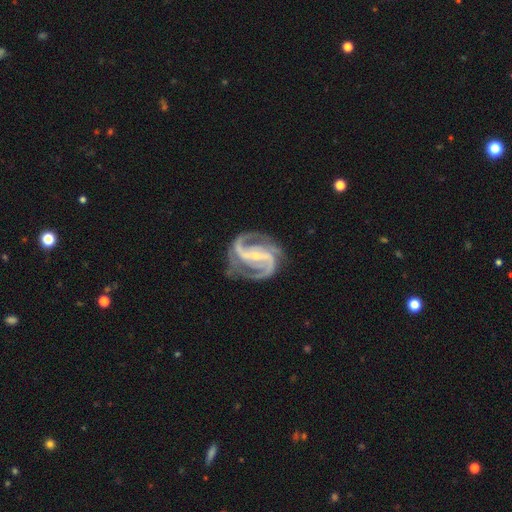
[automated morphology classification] Smooth or featured?
  - featured or disk: 94% *
  - star or artifact: 4%
  - smooth: 2%
Edge-on disk?
  - no: 98% *
  - yes: 2%
Bar?
  - strong: 58% *
  - weak: 28%
  - no: 14%
Spiral arms?
  - yes: 99% *
  - no: 1%
Spiral winding?
  - medium: 60% *
  - tight: 27%
  - loose: 13%
Spiral arm count?
  - 2: 65% *
  - 3: 22%
  - can't tell: 4%
  - 4: 4%
  - 1: 3%
  - more than 4: 3%
Bulge size?
  - small: 74% *
  - moderate: 22%
  - none: 2%
  - large: 1%
  - dominant: 1%
Merging?
  - none: 74% *
  - minor disturbance: 17%
  - major disturbance: 8%
  - merger: 2%